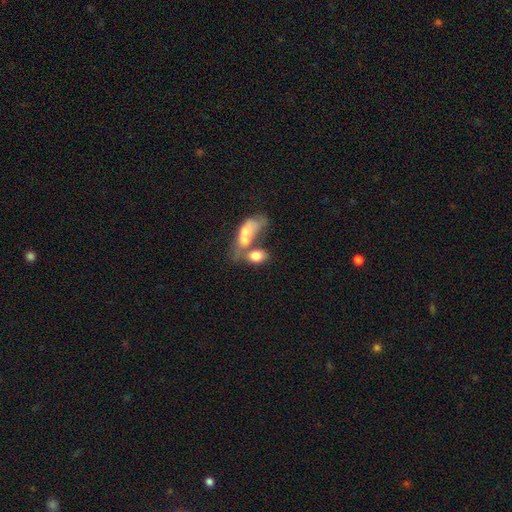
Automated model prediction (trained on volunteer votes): This is likely a smooth galaxy (72%). How rounded: likely in between (80%). Merging: possibly merger (60%).